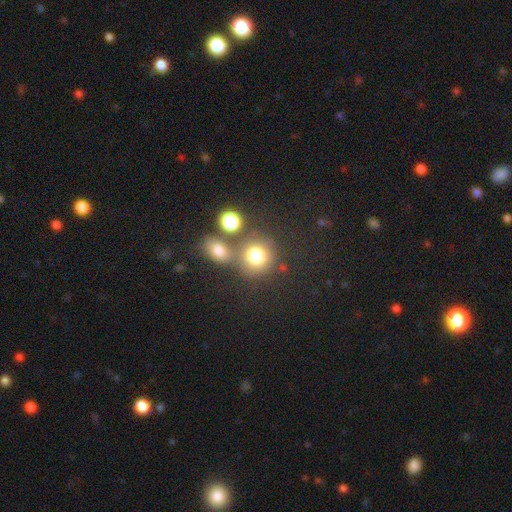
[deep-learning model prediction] Smooth or featured? Predicted: smooth (p=0.75). How rounded? Predicted: round (p=0.85). Merging? Predicted: none (p=0.58).